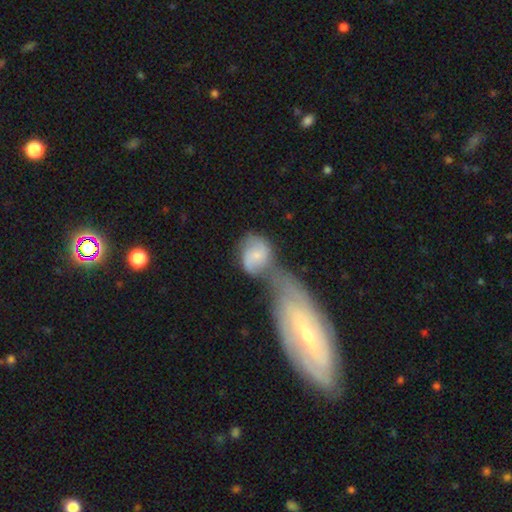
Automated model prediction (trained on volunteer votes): smooth 47%, featured or disk 45%, star or artifact 8%. Down the decision tree: merging — merger (55%).